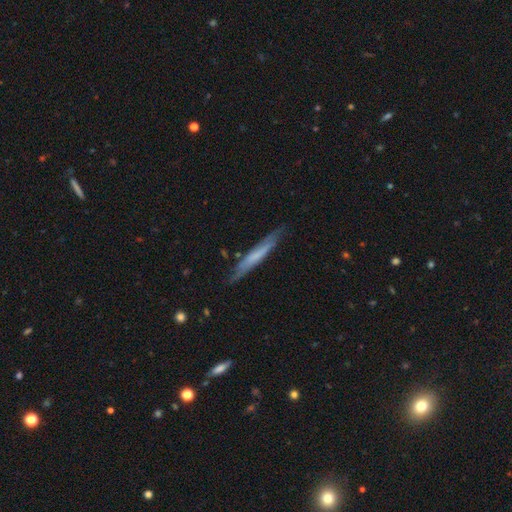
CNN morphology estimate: This appears to be a smooth galaxy with no disk features (50%). Merging: none (79%).